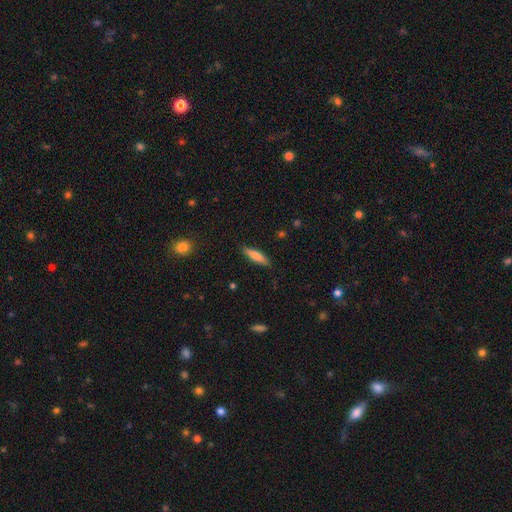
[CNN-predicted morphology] Smooth or featured?
  - smooth: 73% *
  - featured or disk: 21%
  - star or artifact: 6%
How rounded?
  - cigar-shaped: 74% *
  - in between: 24%
  - round: 2%
Merging?
  - none: 87% *
  - minor disturbance: 10%
  - major disturbance: 2%
  - merger: 1%